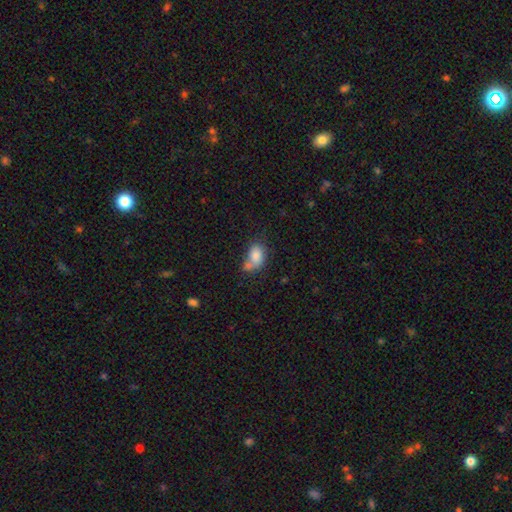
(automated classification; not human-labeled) Smooth or featured?
  - smooth: 79% *
  - featured or disk: 12%
  - star or artifact: 9%
How rounded?
  - in between: 79% *
  - round: 19%
  - cigar-shaped: 2%
Merging?
  - merger: 37% *
  - none: 36%
  - minor disturbance: 18%
  - major disturbance: 9%